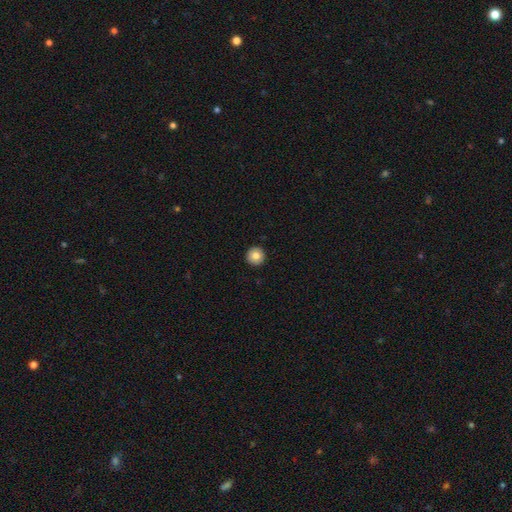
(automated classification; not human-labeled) Morphology: type=smooth (81%); roundness=round (96%); merging=none (93%).